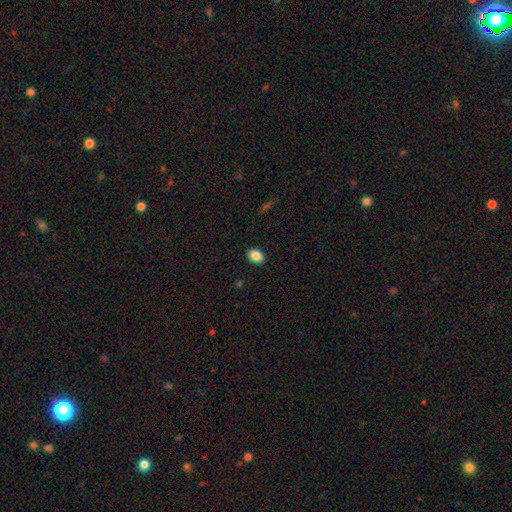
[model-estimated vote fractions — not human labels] A smooth galaxy with no disk features (87%) that is in between round and cigar-shaped (79%).

Vote fractions:
- Smooth or featured? smooth: 87% / star or artifact: 8% / featured or disk: 4%
- How rounded? in between: 79% / round: 20% / cigar-shaped: 1%
- Merging? none: 90% / minor disturbance: 7% / major disturbance: 2% / merger: 1%